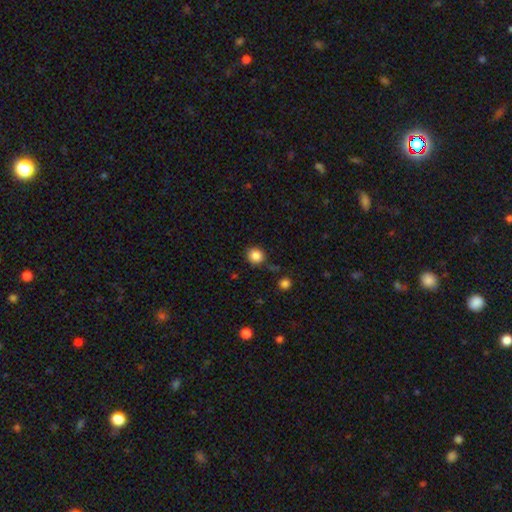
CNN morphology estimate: The model was most divided on "merging": none: 83%, minor disturbance: 11%, merger: 3%, major disturbance: 3%. More confident: how rounded — round (91%); smooth or featured — smooth (85%).